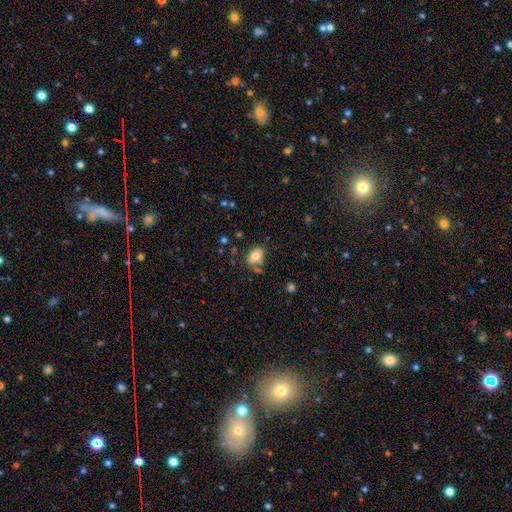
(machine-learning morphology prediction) Overall: smooth (76%). How rounded: in between (82%). Merging: none (66%).